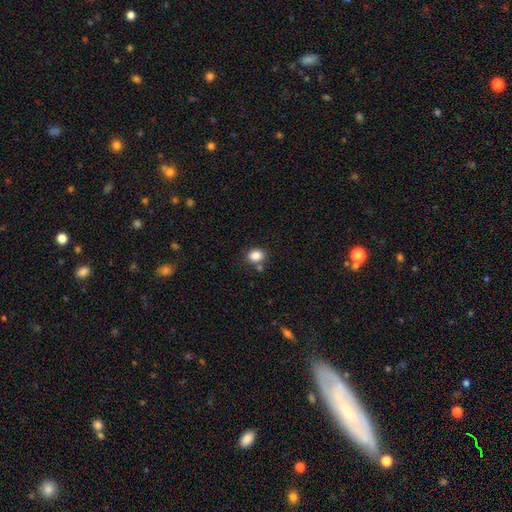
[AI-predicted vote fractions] smooth_or_featured: smooth (p=0.85) [alt: star or artifact p=0.10]
how_rounded: round (p=0.50) [alt: in between p=0.49]
merging: none (p=0.72) [alt: minor disturbance p=0.12]